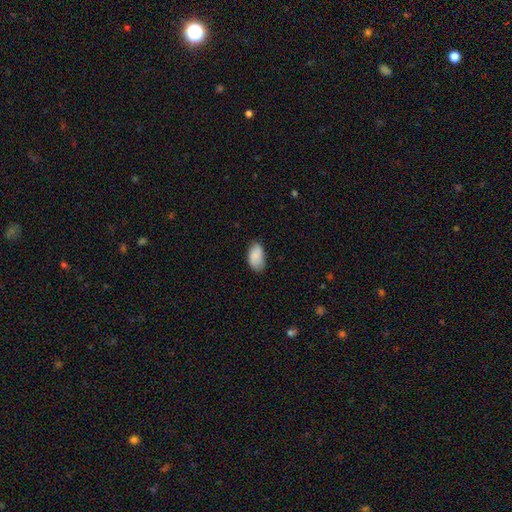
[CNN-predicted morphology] Smooth or featured? smooth (86%)
How rounded? in between (94%)
Merging? none (70%)